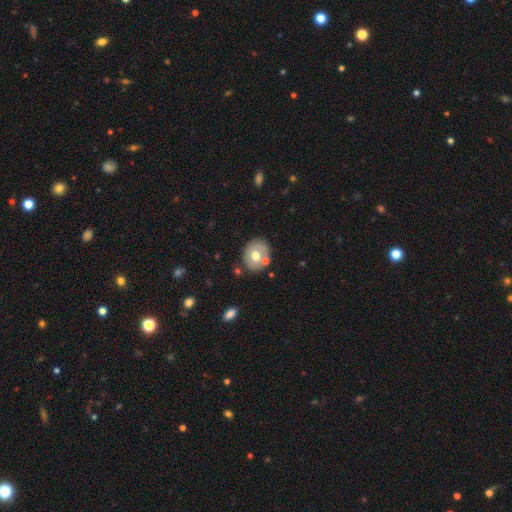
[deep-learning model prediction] Smooth or featured?
  - smooth: 63% *
  - featured or disk: 29%
  - star or artifact: 8%
How rounded?
  - round: 63% *
  - in between: 36%
  - cigar-shaped: 1%
Merging?
  - none: 70% *
  - minor disturbance: 14%
  - merger: 12%
  - major disturbance: 4%